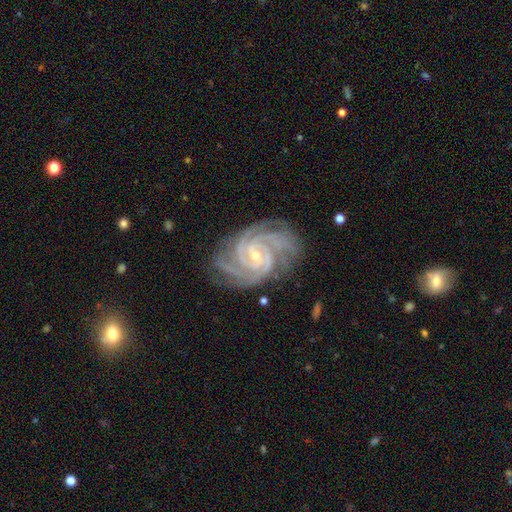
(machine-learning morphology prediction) A featured or disk galaxy (93%) with no bar (47%), 4 (42%) tight (75%) spiral arms (99%) and a small central bulge (71%). Merging: none (78%).